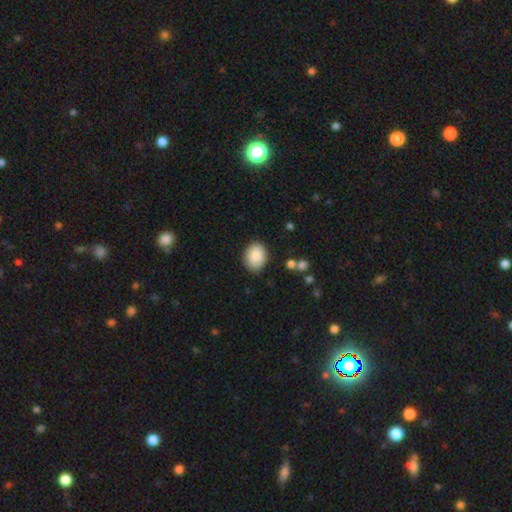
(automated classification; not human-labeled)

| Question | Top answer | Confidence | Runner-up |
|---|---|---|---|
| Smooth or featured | smooth | 87% | star or artifact (7%) |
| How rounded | in between | 63% | round (36%) |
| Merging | none | 85% | minor disturbance (11%) |